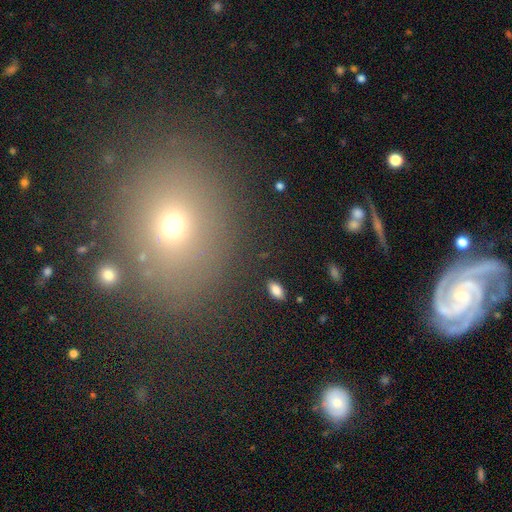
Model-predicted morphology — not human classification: smooth-or-featured: smooth: 47% | featured or disk: 27% | star or artifact: 26%
  merging: none: 83% | minor disturbance: 9% | major disturbance: 4% | merger: 3%